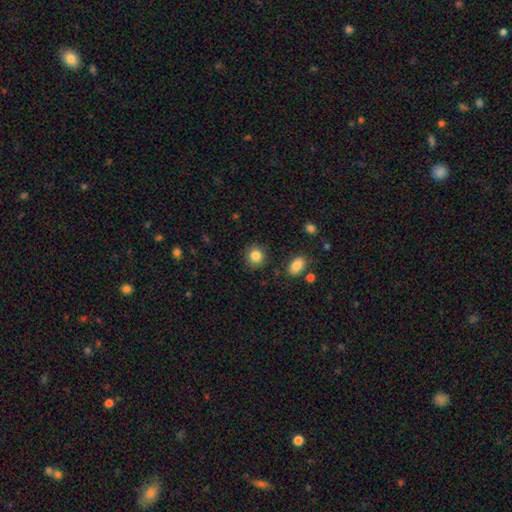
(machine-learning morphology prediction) smooth_or_featured: smooth (p=0.86) [alt: star or artifact p=0.09]
how_rounded: round (p=0.86) [alt: in between p=0.13]
merging: none (p=0.88) [alt: minor disturbance p=0.08]